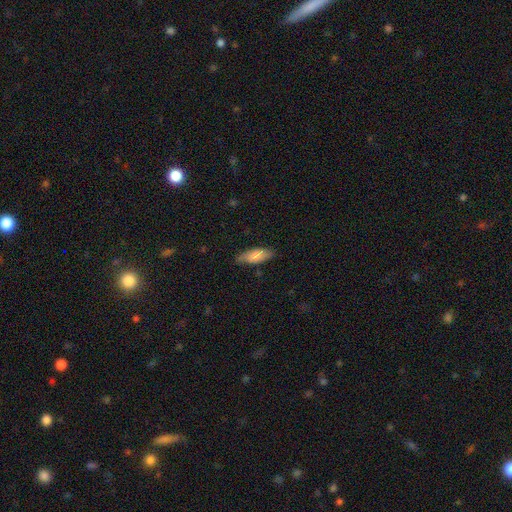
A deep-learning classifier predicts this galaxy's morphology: Smooth or featured?
  - smooth: 80% *
  - featured or disk: 14%
  - star or artifact: 6%
How rounded?
  - in between: 68% *
  - cigar-shaped: 30%
  - round: 2%
Merging?
  - none: 76% *
  - minor disturbance: 19%
  - major disturbance: 4%
  - merger: 1%